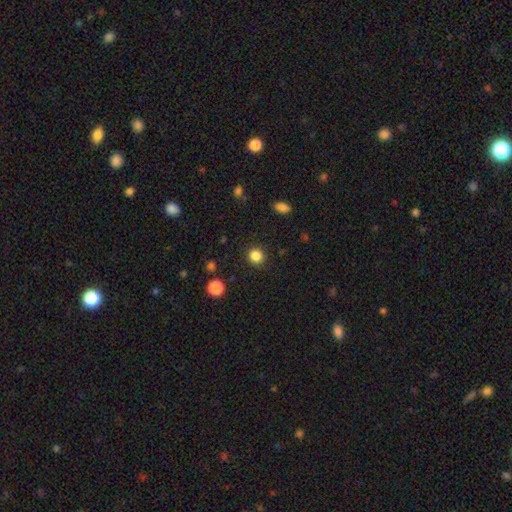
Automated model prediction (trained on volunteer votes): This is clearly a smooth galaxy (84%). How rounded: clearly round (92%). Merging: clearly none (91%).